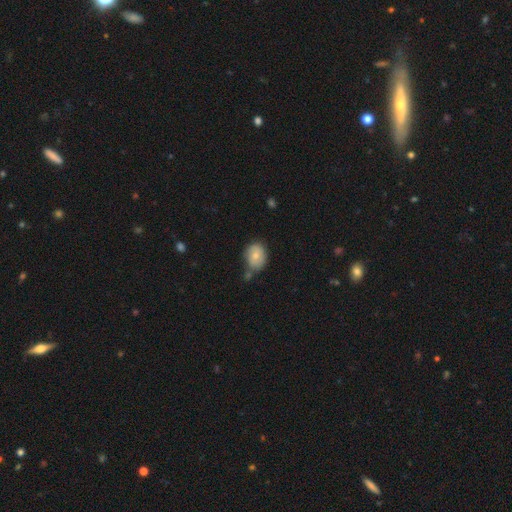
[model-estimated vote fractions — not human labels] Smooth or featured? Predicted: smooth (p=0.74). How rounded? Predicted: round (p=0.50). Merging? Predicted: none (p=0.54).